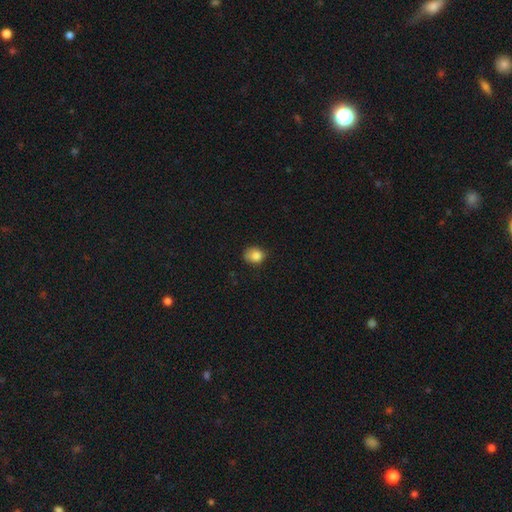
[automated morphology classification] Smooth or featured?
  - smooth: 83% *
  - star or artifact: 10%
  - featured or disk: 7%
How rounded?
  - round: 57% *
  - in between: 42%
  - cigar-shaped: 1%
Merging?
  - none: 54% *
  - minor disturbance: 34%
  - major disturbance: 10%
  - merger: 2%